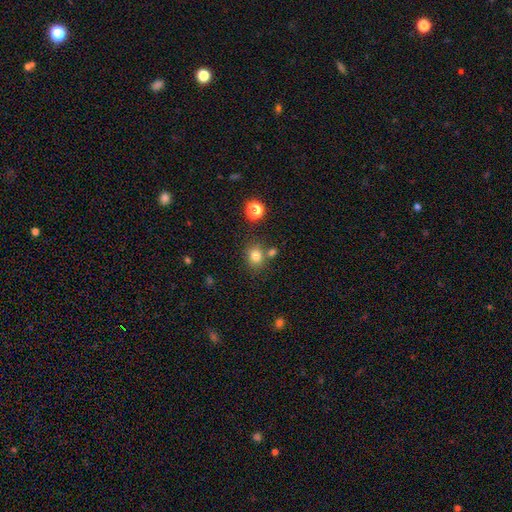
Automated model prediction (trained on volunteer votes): smooth_or_featured: smooth (p=0.79) [alt: star or artifact p=0.14]
how_rounded: round (p=0.67) [alt: in between p=0.32]
merging: none (p=0.70) [alt: merger p=0.15]